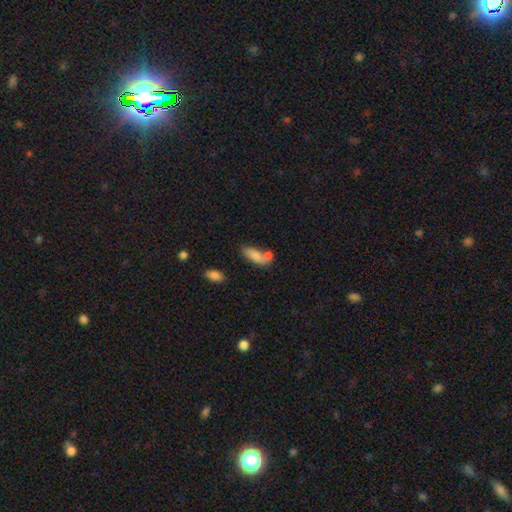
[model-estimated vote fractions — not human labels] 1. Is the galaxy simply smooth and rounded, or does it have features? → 77% smooth, 15% featured or disk, 8% star or artifact.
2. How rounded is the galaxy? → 77% in between, 19% cigar-shaped, 3% round.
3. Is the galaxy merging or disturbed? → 40% merger, 37% none, 16% minor disturbance, 7% major disturbance.